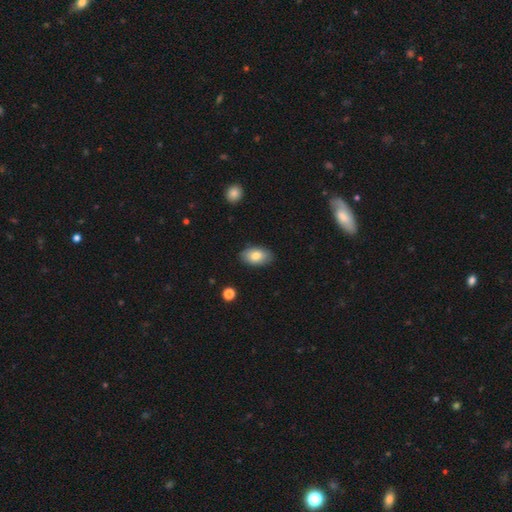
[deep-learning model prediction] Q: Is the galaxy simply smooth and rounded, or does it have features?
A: smooth — 81%.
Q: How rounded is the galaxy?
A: in between — 93%.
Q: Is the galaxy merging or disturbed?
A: none — 86%.